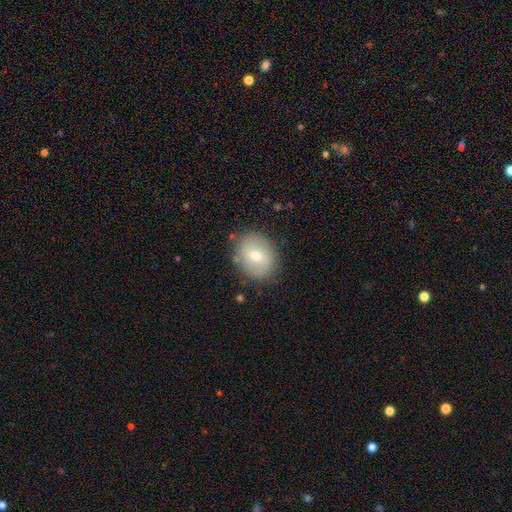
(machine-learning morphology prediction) Smooth or featured? smooth (67%)
How rounded? round (55%)
Merging? none (82%)